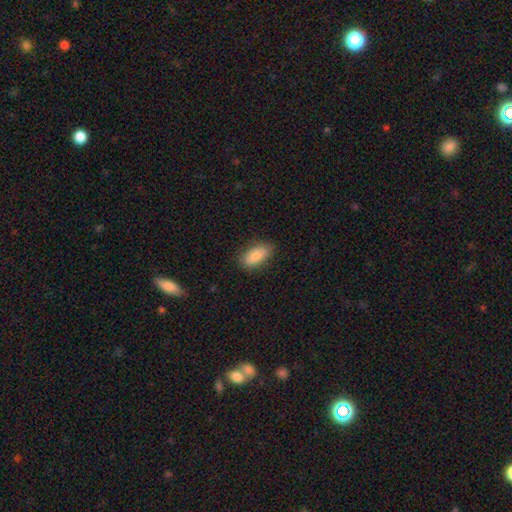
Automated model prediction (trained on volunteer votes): A smooth galaxy with no disk features (83%) that is in between round and cigar-shaped (87%). Merging: none (84%).